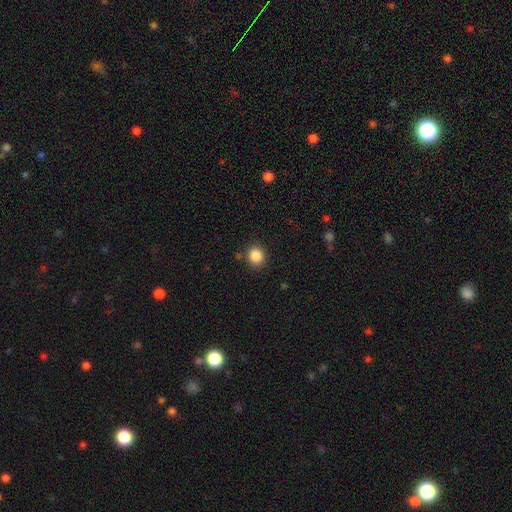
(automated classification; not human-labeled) Smooth or featured? smooth (86%)
How rounded? round (78%)
Merging? none (87%)